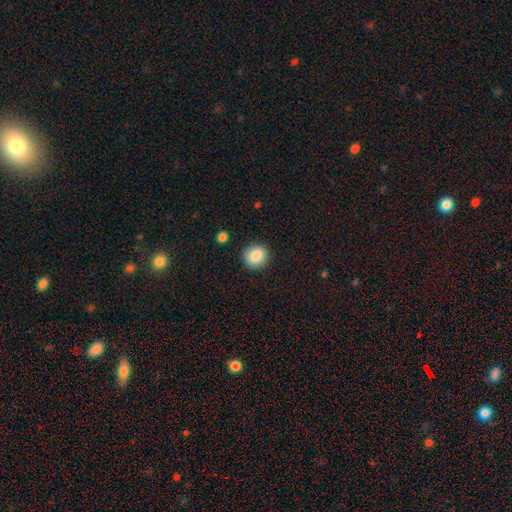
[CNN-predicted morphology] Smooth or featured? smooth (86%)
How rounded? round (86%)
Merging? none (89%)